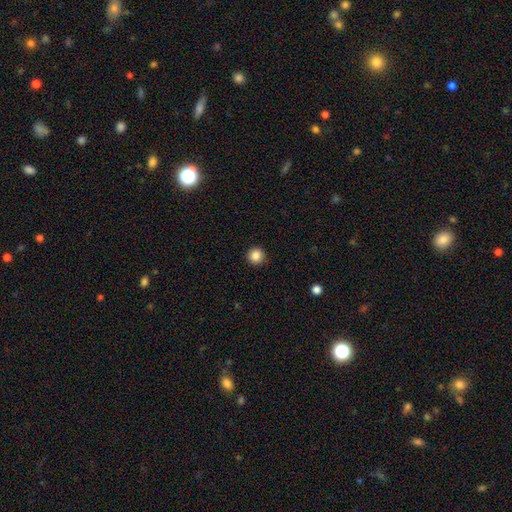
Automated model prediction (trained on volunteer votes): A smooth galaxy with no disk features (85%) that is round (95%).

Vote fractions:
- Smooth or featured? smooth: 85% / star or artifact: 10% / featured or disk: 4%
- How rounded? round: 95% / in between: 4% / cigar-shaped: 1%
- Merging? none: 93% / minor disturbance: 5% / major disturbance: 2% / merger: 1%